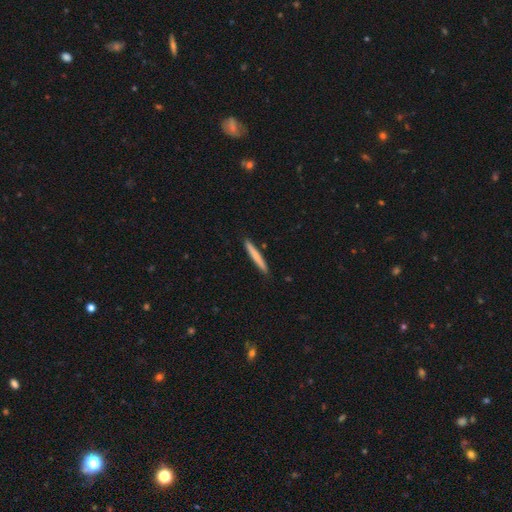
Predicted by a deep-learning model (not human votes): smooth 75%, featured or disk 20%, star or artifact 5%. Down the decision tree: how rounded — cigar-shaped (97%); merging — none (91%).